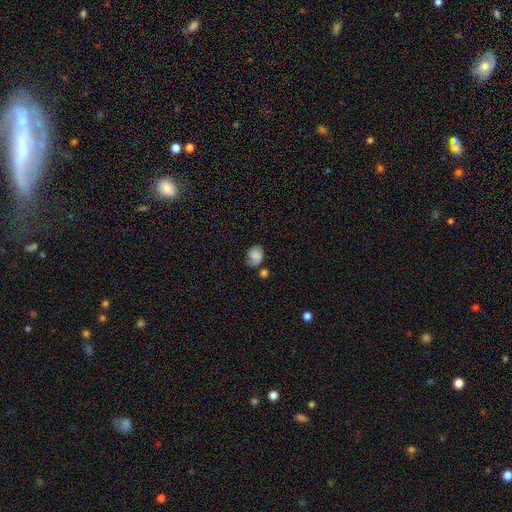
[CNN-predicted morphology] Smooth or featured? Predicted: smooth (p=0.75). How rounded? Predicted: in between (p=0.60). Merging? Predicted: none (p=0.51).